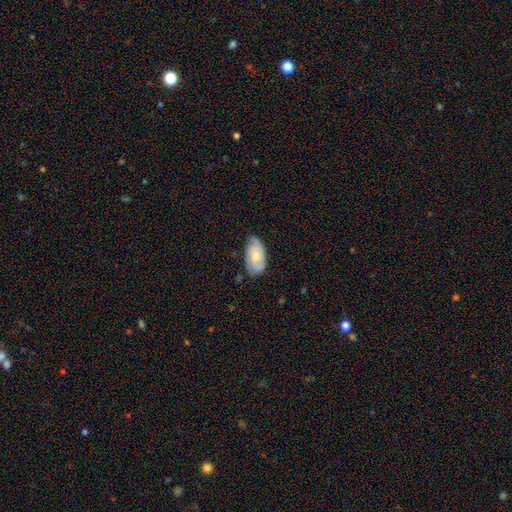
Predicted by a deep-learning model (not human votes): This appears to be a smooth galaxy with no disk features (52%) that is in between round and cigar-shaped (93%). Merging: none (58%).